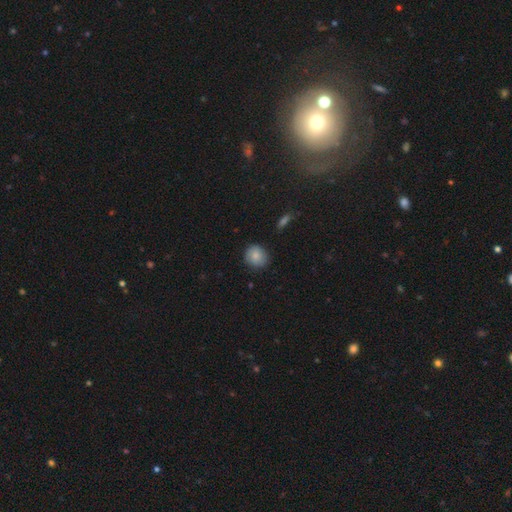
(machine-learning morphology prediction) Smooth or featured? smooth (83%)
How rounded? round (84%)
Merging? none (82%)